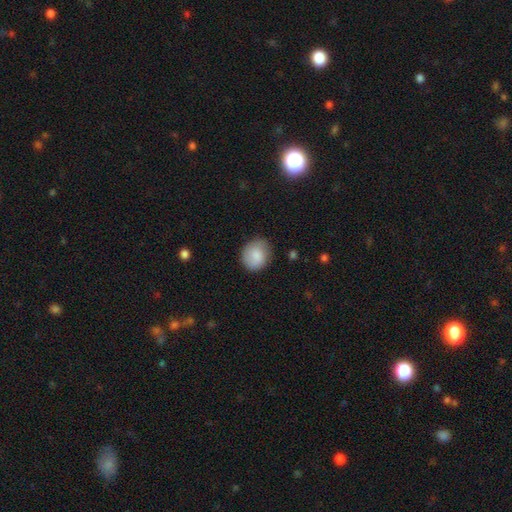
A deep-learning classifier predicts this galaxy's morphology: type=smooth (84%); roundness=round (66%); merging=none (78%).